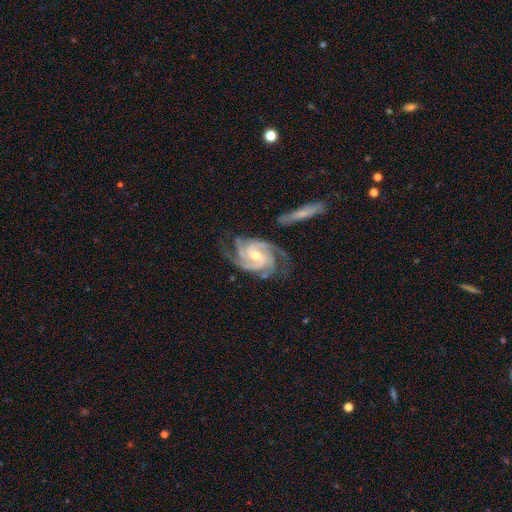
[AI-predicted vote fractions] A featured or disk galaxy (94%) with no bar (47%), 3 (45%) tight (58%) spiral arms (99%) and a moderate central bulge (51%).

Vote fractions:
- Smooth or featured? featured or disk: 94% / star or artifact: 4% / smooth: 3%
- Edge-on disk? no: 98% / yes: 2%
- Bar? no: 47% / weak: 39% / strong: 14%
- Spiral arms? yes: 99% / no: 1%
- Spiral winding? tight: 58% / medium: 37% / loose: 5%
- Spiral arm count? 3: 45% / 4: 29% / 2: 10% / can't tell: 7% / more than 4: 5% / 1: 4%
- Bulge size? moderate: 51% / small: 46% / large: 2% / none: 1% / dominant: 1%
- Merging? none: 70% / minor disturbance: 19% / major disturbance: 8% / merger: 3%